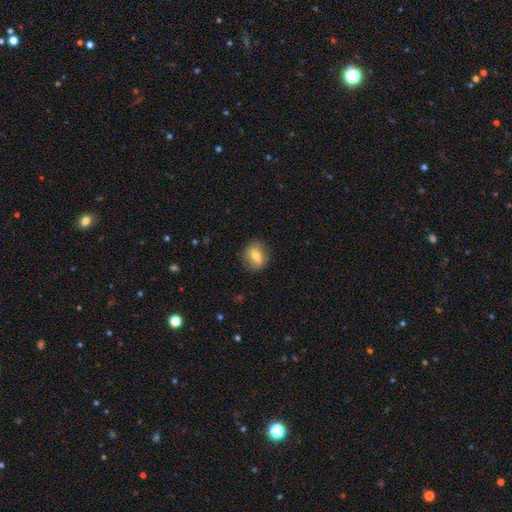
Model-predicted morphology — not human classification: Smooth or featured?
  - smooth: 66% *
  - featured or disk: 26%
  - star or artifact: 8%
How rounded?
  - round: 53% *
  - in between: 43%
  - cigar-shaped: 4%
Merging?
  - none: 84% *
  - minor disturbance: 11%
  - major disturbance: 3%
  - merger: 1%